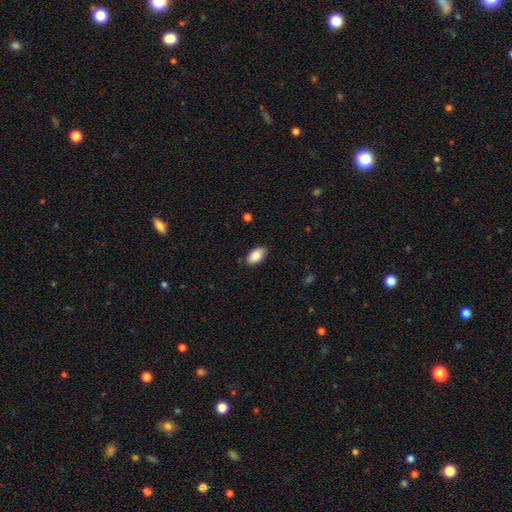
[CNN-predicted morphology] smooth 88%, star or artifact 7%, featured or disk 6%. Down the decision tree: how rounded — in between (94%); merging — none (83%).